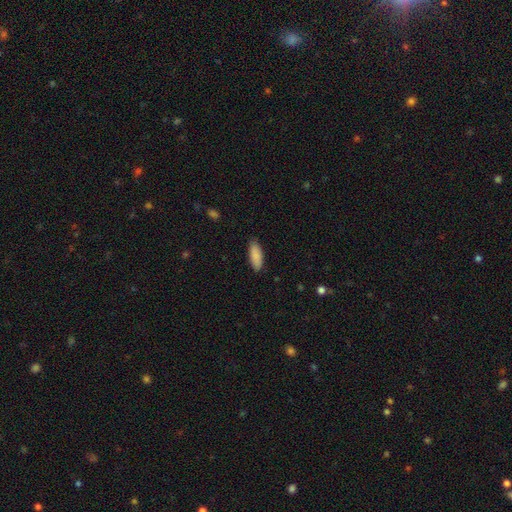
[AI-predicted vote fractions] Smooth or featured?
  - smooth: 88% *
  - featured or disk: 6%
  - star or artifact: 6%
How rounded?
  - in between: 71% *
  - cigar-shaped: 28%
  - round: 2%
Merging?
  - none: 87% *
  - minor disturbance: 10%
  - major disturbance: 2%
  - merger: 1%